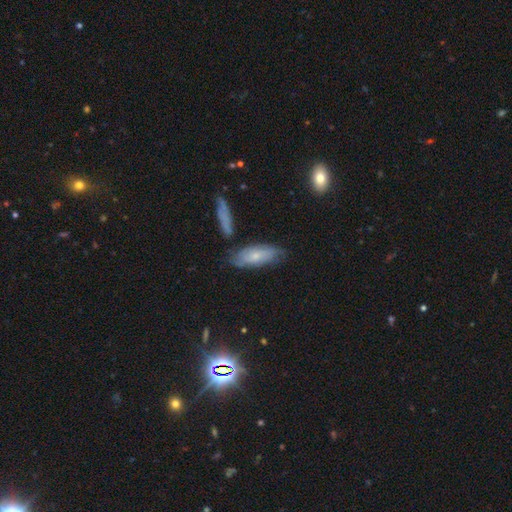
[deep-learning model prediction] Smooth or featured?
  - smooth: 54% *
  - featured or disk: 38%
  - star or artifact: 7%
How rounded?
  - in between: 68% *
  - cigar-shaped: 30%
  - round: 3%
Merging?
  - none: 67% *
  - minor disturbance: 21%
  - merger: 6%
  - major disturbance: 5%